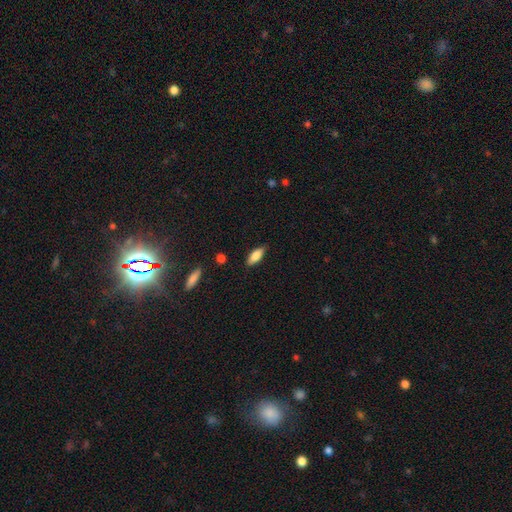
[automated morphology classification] This appears to be a smooth galaxy with no disk features (82%) that is in between round and cigar-shaped (75%). Merging: none (85%).